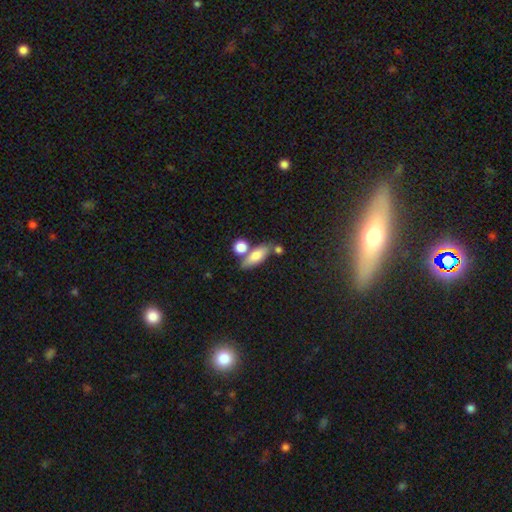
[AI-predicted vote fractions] Overall: smooth (73%). How rounded: in between (64%; cigar-shaped 28%). Merging: none (61%; merger 22%).